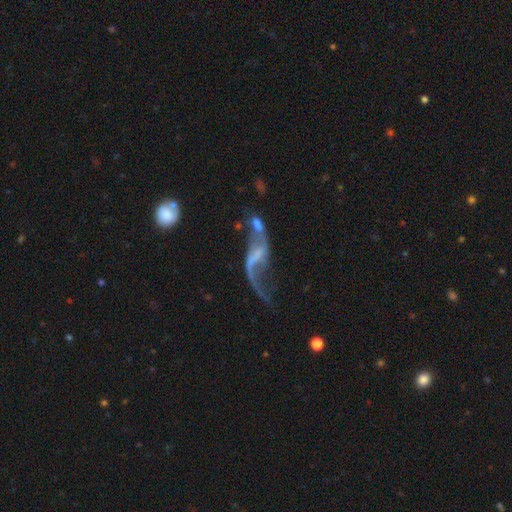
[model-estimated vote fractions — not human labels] Morphology: type=featured or disk (82%); edge-on=no (92%); bar=weak (40%); spiral arms=yes (84%); winding=loose (91%); arm count=2 (82%); bulge=none (51%); merging=none (31%).